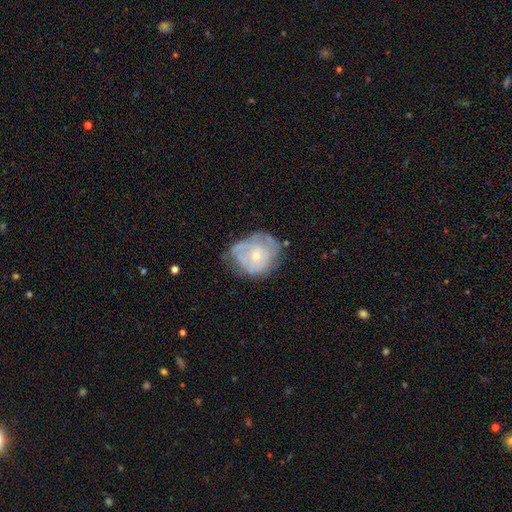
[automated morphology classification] type=featured or disk (58%); edge-on=no (97%); bar=no (81%); spiral arms=yes (52%); bulge=small (61%); merging=none (47%).